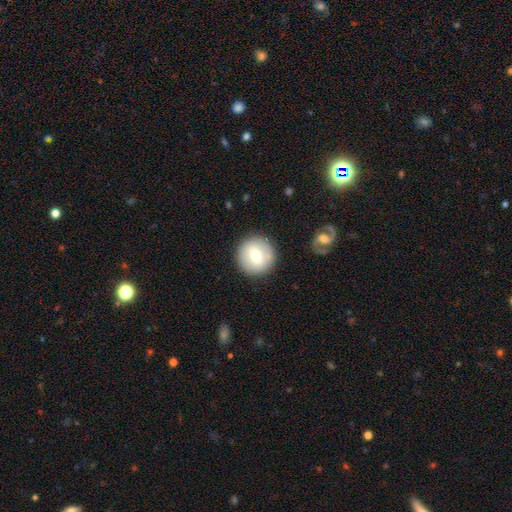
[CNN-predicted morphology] The model was most divided on "smooth or featured": smooth: 64%, featured or disk: 28%, star or artifact: 8%. More confident: how rounded — round (94%); merging — none (89%).